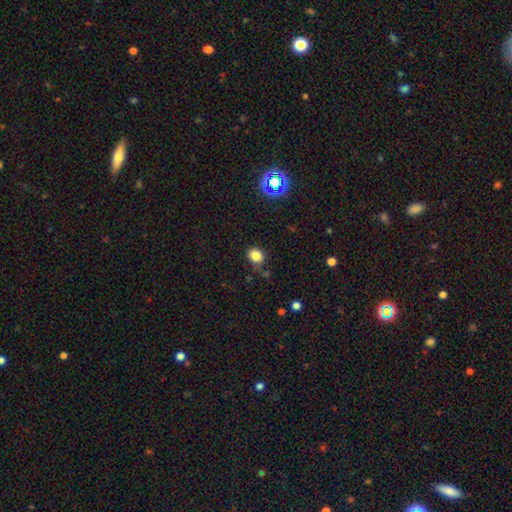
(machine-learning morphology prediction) Smooth or featured? smooth (82%)
How rounded? round (58%)
Merging? none (74%)